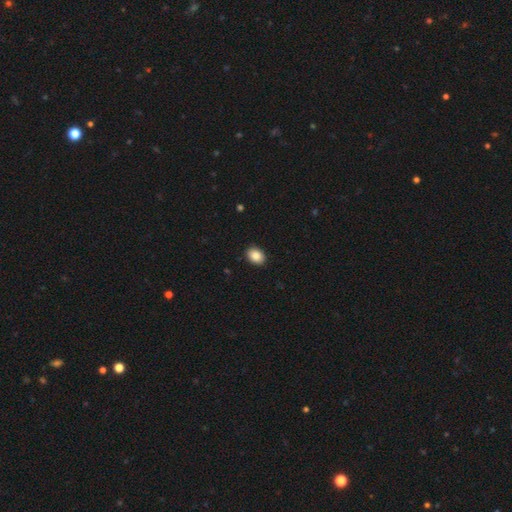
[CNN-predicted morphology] Smooth or featured? Predicted: smooth (p=0.87). How rounded? Predicted: in between (p=0.70). Merging? Predicted: none (p=0.91).